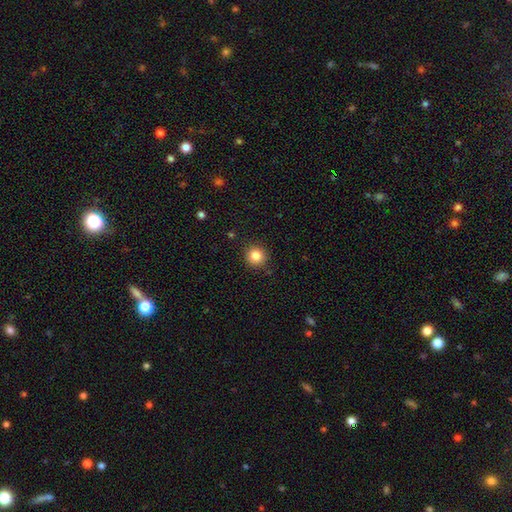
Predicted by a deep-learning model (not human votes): smooth-or-featured: smooth: 84% | star or artifact: 11% | featured or disk: 5%
  how-rounded: round: 93% | in between: 6% | cigar-shaped: 1%
  merging: none: 90% | minor disturbance: 7% | major disturbance: 2% | merger: 1%